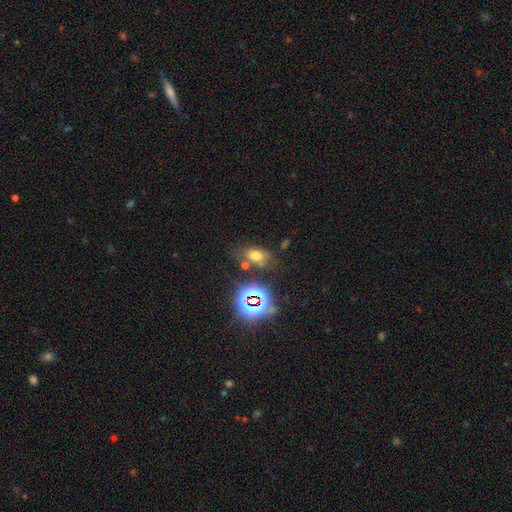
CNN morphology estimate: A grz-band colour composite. It shows a smooth galaxy with no disk features (61%) that is in between round and cigar-shaped (80%). Merging: none (63%).